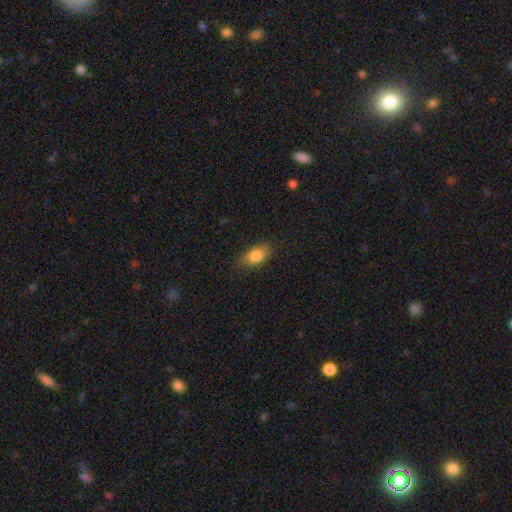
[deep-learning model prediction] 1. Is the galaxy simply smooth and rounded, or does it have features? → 82% smooth, 11% featured or disk, 7% star or artifact.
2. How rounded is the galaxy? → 88% in between, 8% round, 5% cigar-shaped.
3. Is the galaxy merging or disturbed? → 78% none, 18% minor disturbance, 4% major disturbance, 1% merger.